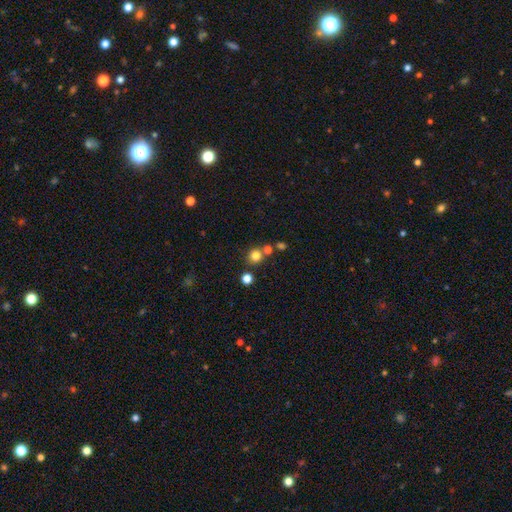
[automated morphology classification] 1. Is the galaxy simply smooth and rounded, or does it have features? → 79% smooth, 15% star or artifact, 6% featured or disk.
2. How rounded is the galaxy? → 90% round, 9% in between, 1% cigar-shaped.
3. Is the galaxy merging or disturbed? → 72% none, 17% merger, 8% minor disturbance, 3% major disturbance.